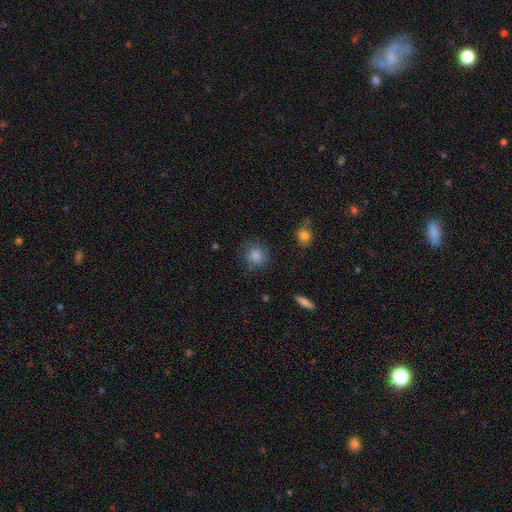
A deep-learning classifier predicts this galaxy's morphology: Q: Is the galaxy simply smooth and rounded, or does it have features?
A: smooth — 86%.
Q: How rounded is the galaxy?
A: round — 88%.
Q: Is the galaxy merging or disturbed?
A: none — 80%.